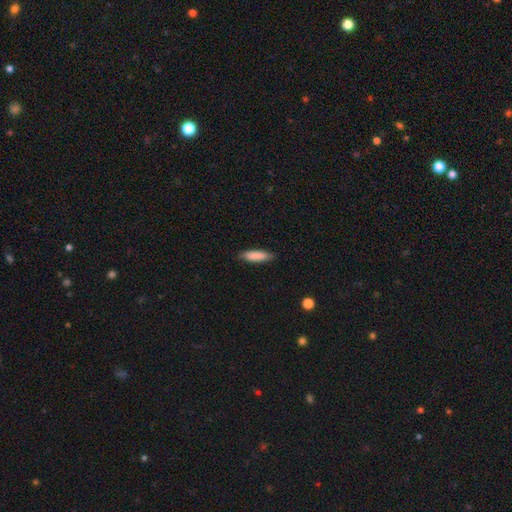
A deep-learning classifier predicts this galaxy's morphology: The model was most divided on "how rounded": cigar-shaped: 66%, in between: 33%, round: 1%. More confident: merging — none (86%); smooth or featured — smooth (86%).